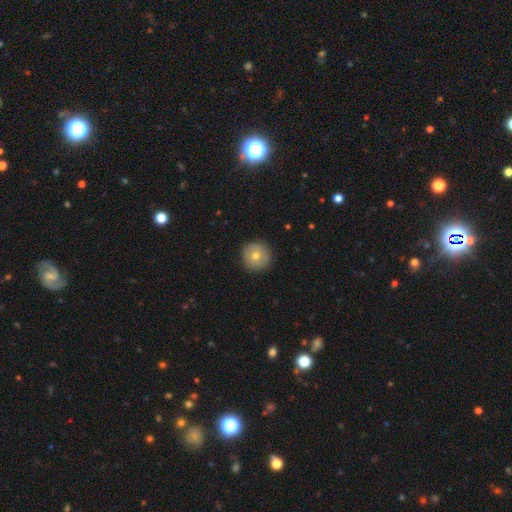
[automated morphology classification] This appears to be a smooth galaxy with no disk features (66%) that is round (96%). Merging: none (90%).